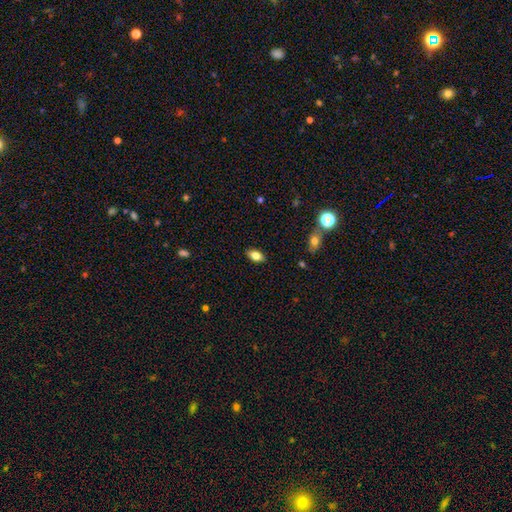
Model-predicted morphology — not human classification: A smooth galaxy with no disk features (79%) that is in between round and cigar-shaped (89%). Merging: none (88%).